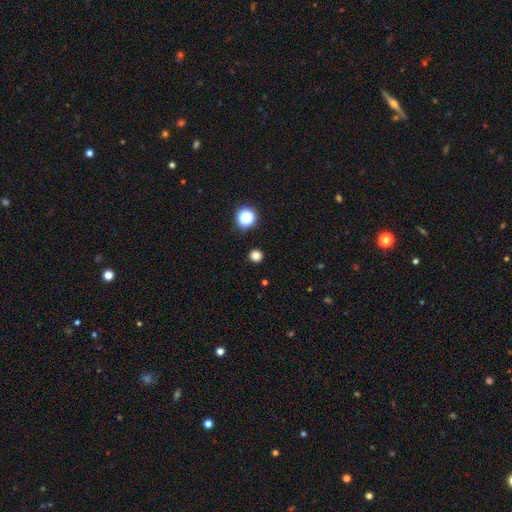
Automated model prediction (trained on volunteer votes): Smooth or featured? Predicted: smooth (p=0.81). How rounded? Predicted: round (p=0.94). Merging? Predicted: none (p=0.93).